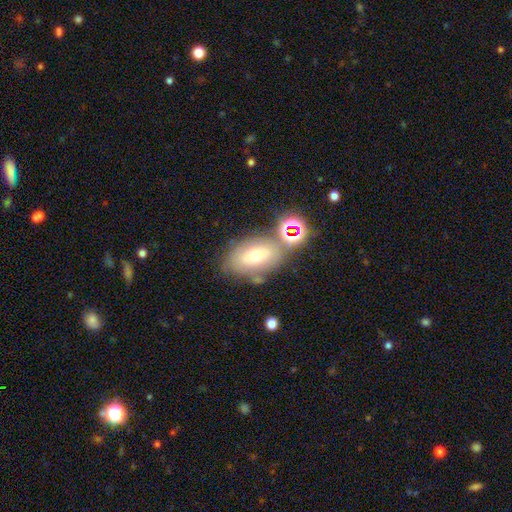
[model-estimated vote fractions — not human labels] Smooth or featured: smooth — 56% (featured or disk — 27%)
How rounded: in between — 82% (round — 15%)
Merging: none — 61% (minor disturbance — 16%)